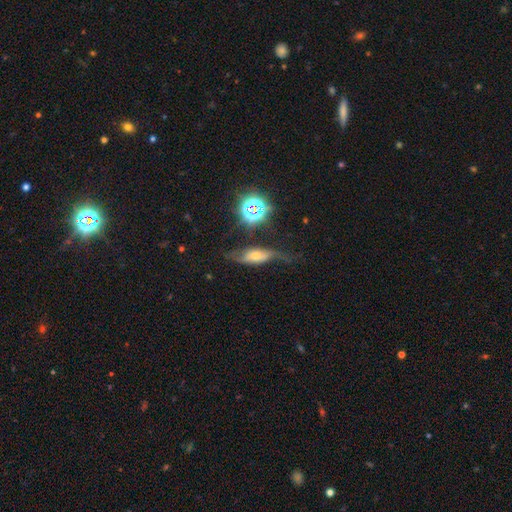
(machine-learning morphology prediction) A featured or disk galaxy (56%).

Vote fractions:
- Smooth or featured? featured or disk: 56% / smooth: 26% / star or artifact: 18%
- Edge-on disk? no: 54% / yes: 46%
- Merging? none: 50% / minor disturbance: 25% / major disturbance: 21% / merger: 4%